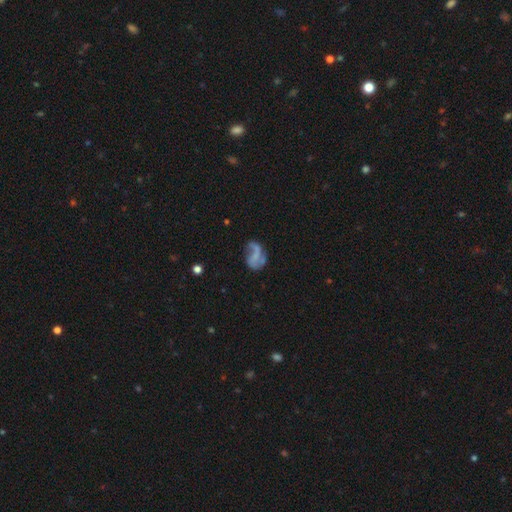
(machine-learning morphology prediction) type=featured or disk (65%); edge-on=no (98%); bar=no (54%); spiral arms=yes (76%); bulge=none (70%); merging=none (41%).